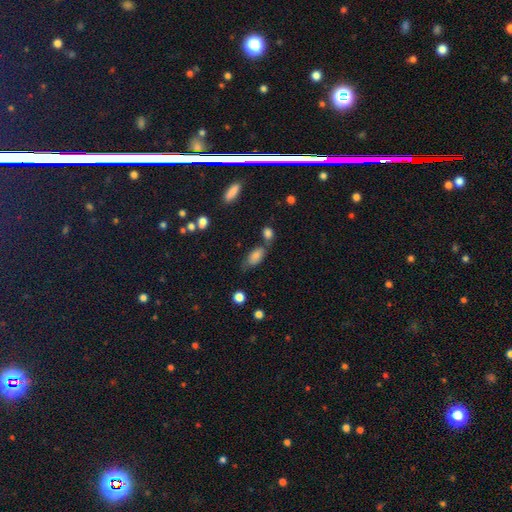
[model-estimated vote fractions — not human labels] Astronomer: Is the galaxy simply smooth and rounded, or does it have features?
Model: smooth — 78%.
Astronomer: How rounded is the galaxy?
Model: in between — 85%.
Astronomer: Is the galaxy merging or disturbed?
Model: none — 52%.